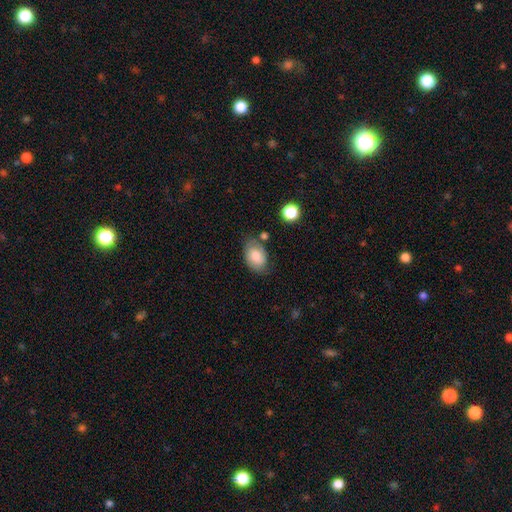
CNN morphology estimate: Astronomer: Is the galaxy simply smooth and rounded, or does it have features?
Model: smooth — 75%.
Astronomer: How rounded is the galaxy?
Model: in between — 83%.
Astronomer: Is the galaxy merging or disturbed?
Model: none — 66%.